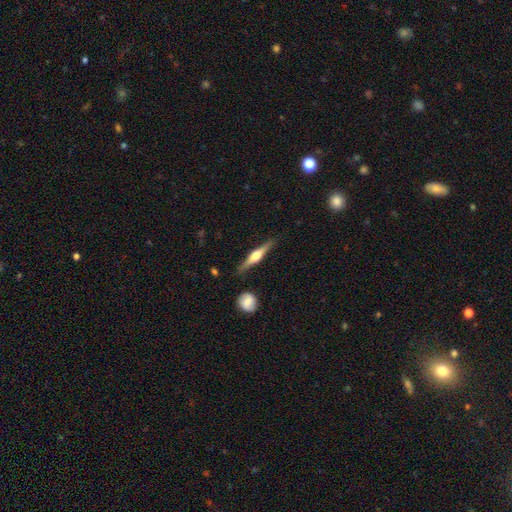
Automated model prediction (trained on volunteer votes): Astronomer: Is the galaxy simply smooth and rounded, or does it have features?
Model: featured or disk — 70%.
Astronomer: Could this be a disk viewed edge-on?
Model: yes — 97%.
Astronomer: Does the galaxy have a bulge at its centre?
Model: rounded — 91%.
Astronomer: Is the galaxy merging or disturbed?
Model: none — 86%.